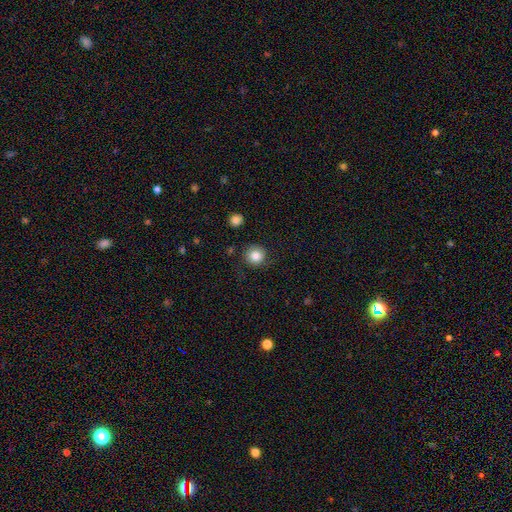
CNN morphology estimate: Smooth or featured?
  - smooth: 84% *
  - star or artifact: 10%
  - featured or disk: 6%
How rounded?
  - round: 93% *
  - in between: 6%
  - cigar-shaped: 1%
Merging?
  - none: 82% *
  - minor disturbance: 11%
  - major disturbance: 4%
  - merger: 2%